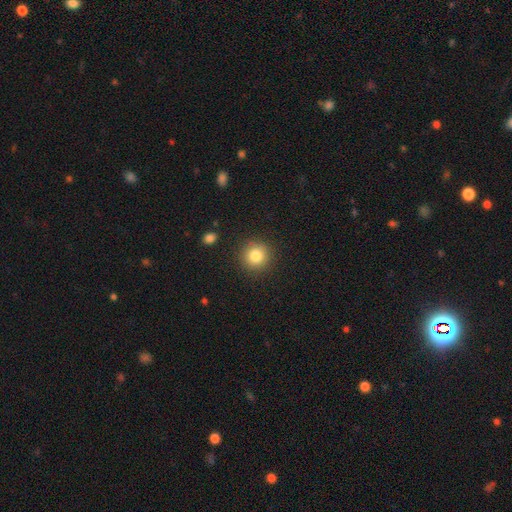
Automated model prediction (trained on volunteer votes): Overall: smooth (83%). How rounded: round (93%). Merging: none (90%).